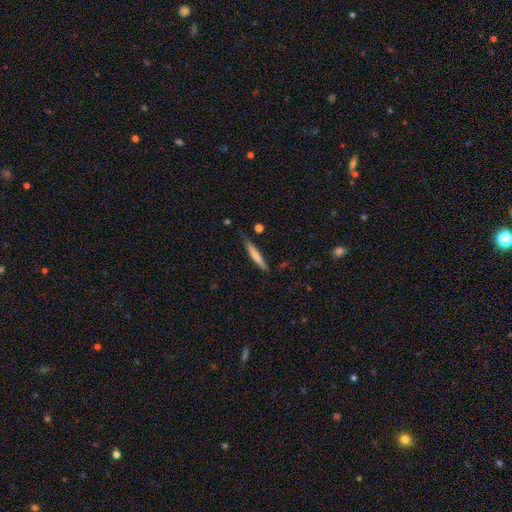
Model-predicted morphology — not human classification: The model was most divided on "smooth or featured": smooth: 67%, featured or disk: 27%, star or artifact: 6%. More confident: how rounded — cigar-shaped (94%); merging — none (73%).